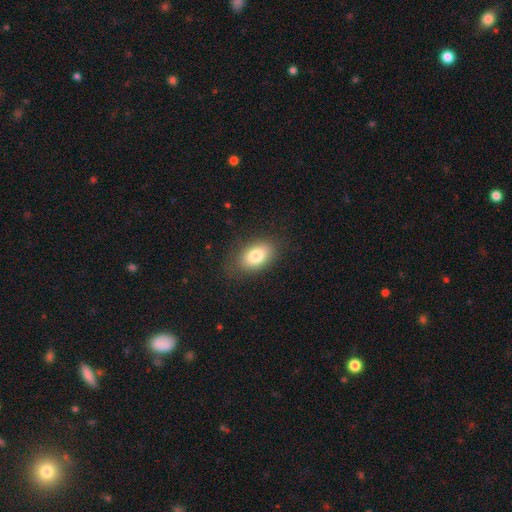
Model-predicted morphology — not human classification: This is clearly a smooth galaxy (81%). How rounded: clearly in between (88%). Merging: clearly none (81%).